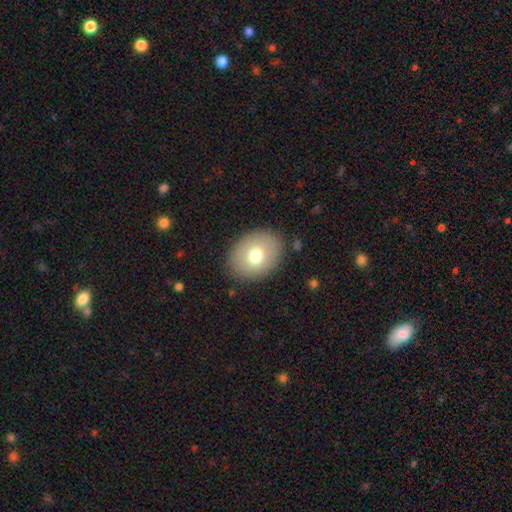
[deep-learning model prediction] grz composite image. It shows a smooth galaxy with no disk features (73%) that is in between round and cigar-shaped (61%). Merging: none (86%).